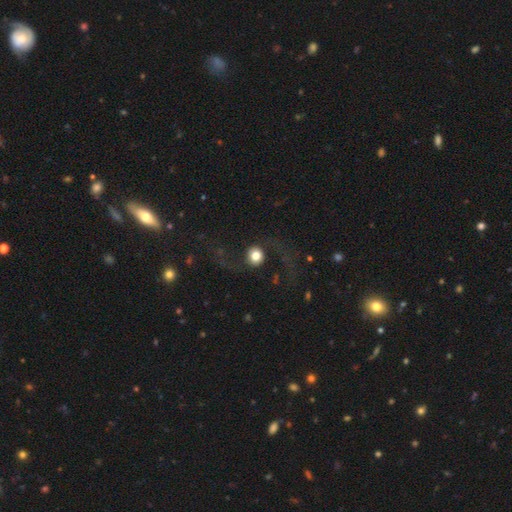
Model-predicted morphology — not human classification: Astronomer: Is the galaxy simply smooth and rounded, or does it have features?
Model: smooth — 47% (runner-up: featured or disk, 43%).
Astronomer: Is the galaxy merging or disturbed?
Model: none — 68%.